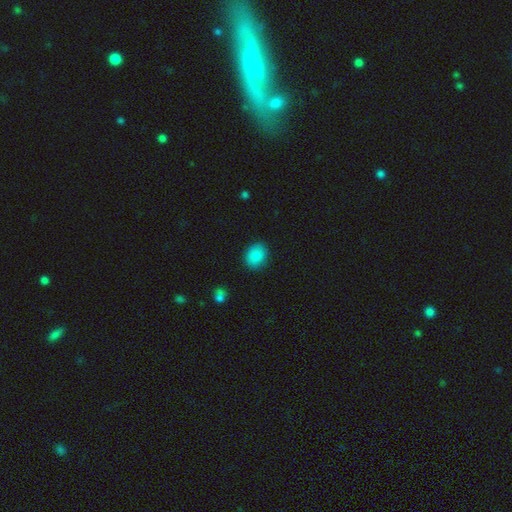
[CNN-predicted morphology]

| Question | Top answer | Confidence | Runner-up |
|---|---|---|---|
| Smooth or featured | smooth | 87% | star or artifact (8%) |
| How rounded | round | 53% | in between (46%) |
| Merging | none | 86% | minor disturbance (11%) |